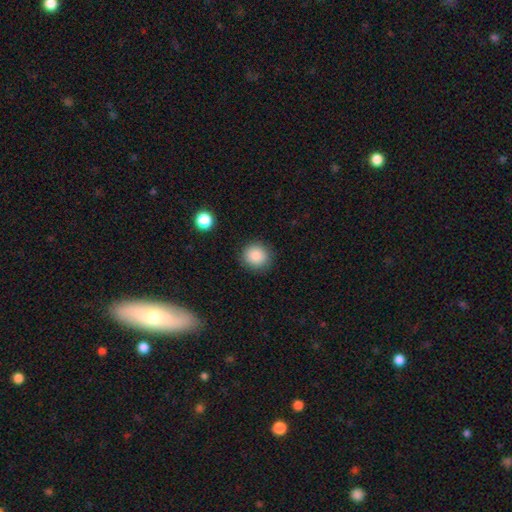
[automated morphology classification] Q: Smooth or featured?
A: smooth (88%); runner-up: star or artifact (9%)
Q: How rounded?
A: round (90%); runner-up: in between (9%)
Q: Merging?
A: none (89%); runner-up: minor disturbance (8%)